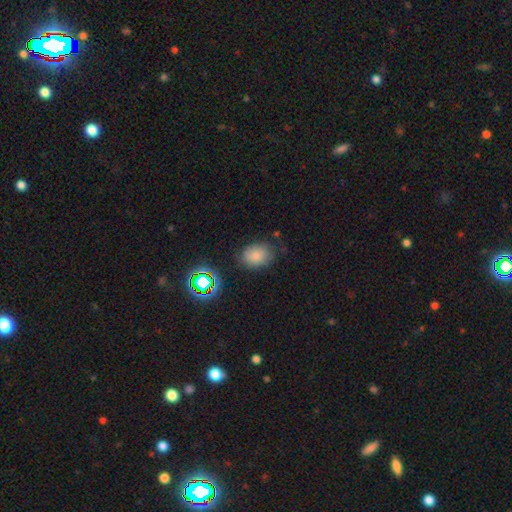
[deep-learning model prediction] smooth 76%, star or artifact 15%, featured or disk 9%. Down the decision tree: how rounded — in between (65%); merging — none (72%).